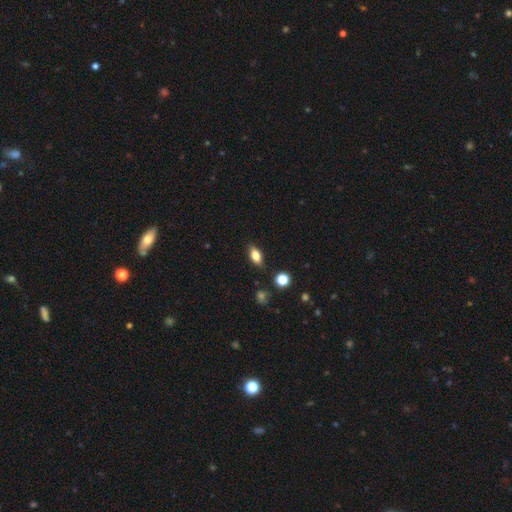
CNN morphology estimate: A smooth galaxy with no disk features (77%) that is in between round and cigar-shaped (84%).

Vote fractions:
- Smooth or featured? smooth: 77% / featured or disk: 14% / star or artifact: 9%
- How rounded? in between: 84% / cigar-shaped: 9% / round: 7%
- Merging? none: 85% / minor disturbance: 11% / major disturbance: 2% / merger: 2%